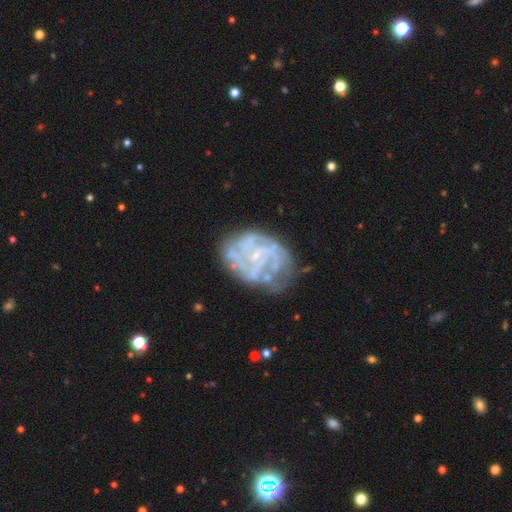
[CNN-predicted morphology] Q: Smooth or featured?
A: featured or disk (83%); runner-up: smooth (10%)
Q: Edge-on disk?
A: no (98%); runner-up: yes (2%)
Q: Bar?
A: no (52%); runner-up: weak (40%)
Q: Spiral arms?
A: yes (87%); runner-up: no (13%)
Q: Spiral winding?
A: tight (50%); runner-up: medium (36%)
Q: Spiral arm count?
A: can't tell (36%); runner-up: 4 (21%)
Q: Bulge size?
A: small (67%); runner-up: none (21%)
Q: Merging?
A: none (62%); runner-up: minor disturbance (22%)